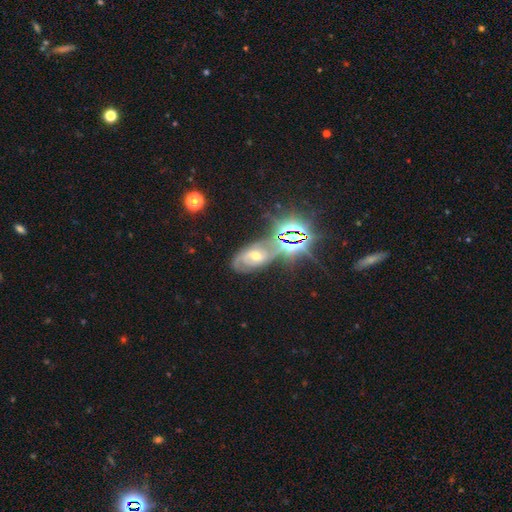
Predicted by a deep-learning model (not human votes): featured or disk 46%, star or artifact 40%, smooth 13%. Down the decision tree: merging — none (61%).